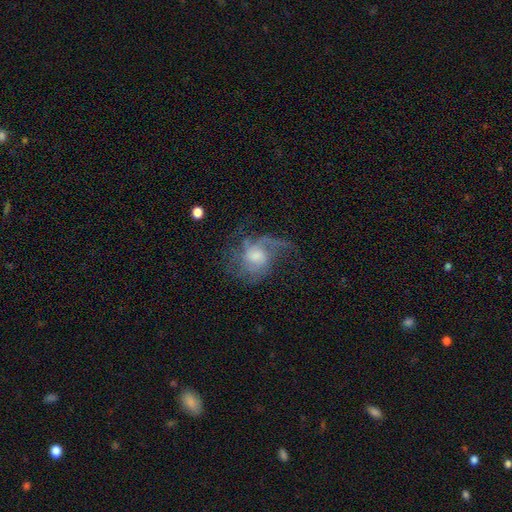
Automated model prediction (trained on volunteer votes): Q: Smooth or featured?
A: featured or disk (72%); runner-up: smooth (19%)
Q: Edge-on disk?
A: no (97%); runner-up: yes (3%)
Q: Bar?
A: no (66%); runner-up: weak (30%)
Q: Spiral arms?
A: yes (89%); runner-up: no (11%)
Q: Spiral winding?
A: loose (46%); runner-up: medium (39%)
Q: Spiral arm count?
A: 2 (33%); runner-up: can't tell (21%)
Q: Bulge size?
A: moderate (42%); runner-up: large (23%)
Q: Merging?
A: none (41%); runner-up: major disturbance (38%)